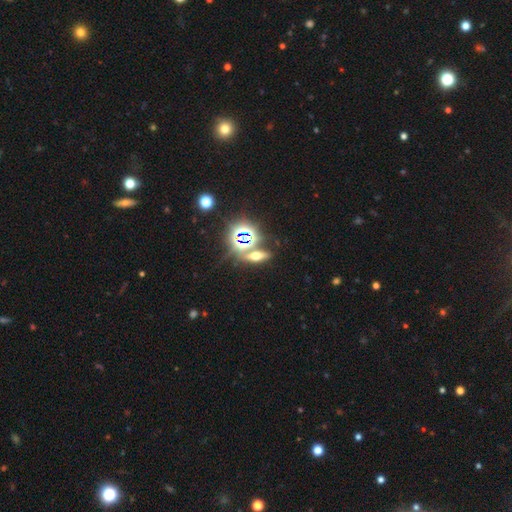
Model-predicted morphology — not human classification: smooth_or_featured: star or artifact (p=0.40) [alt: smooth p=0.35]